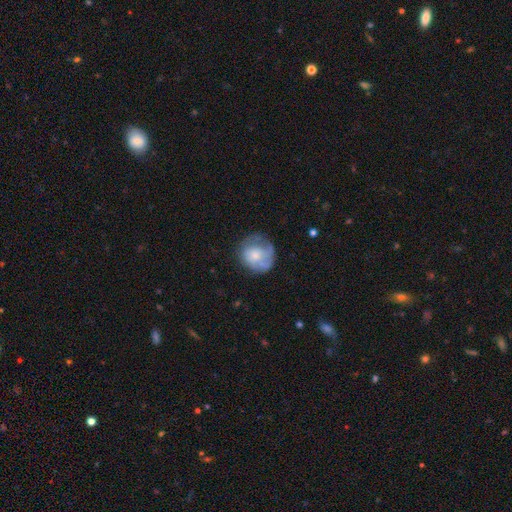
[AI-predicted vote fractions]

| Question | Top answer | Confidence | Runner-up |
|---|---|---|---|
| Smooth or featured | smooth | 56% | featured or disk (37%) |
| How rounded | round | 83% | in between (16%) |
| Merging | none | 53% | minor disturbance (26%) |